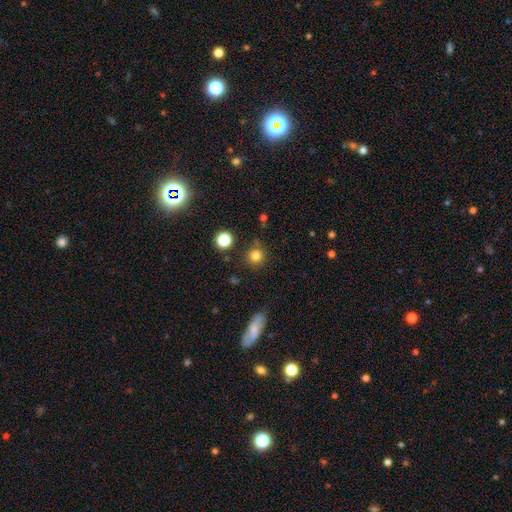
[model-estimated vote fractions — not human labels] This is clearly a smooth galaxy (81%). How rounded: clearly round (91%). Merging: clearly none (82%).